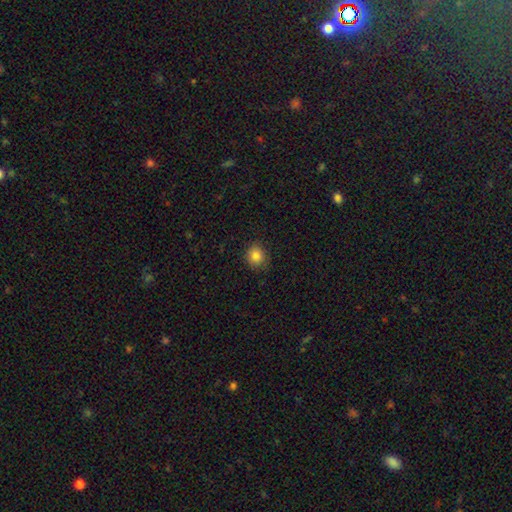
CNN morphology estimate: This appears to be a smooth galaxy with no disk features (84%) that is round (79%). Merging: none (87%).